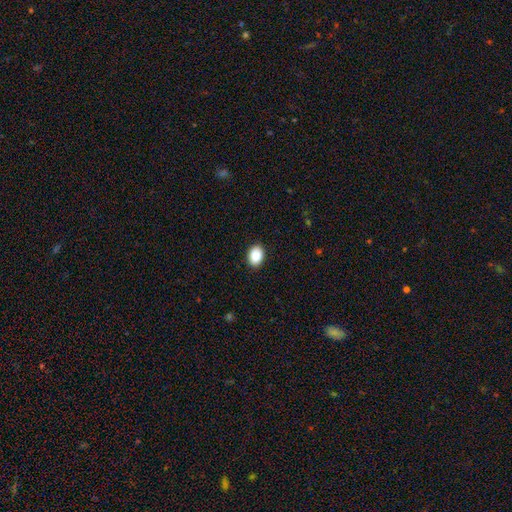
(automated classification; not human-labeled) smooth-or-featured: smooth: 89% | star or artifact: 7% | featured or disk: 4%
  how-rounded: in between: 77% | round: 22% | cigar-shaped: 1%
  merging: none: 90% | minor disturbance: 7% | major disturbance: 2% | merger: 1%